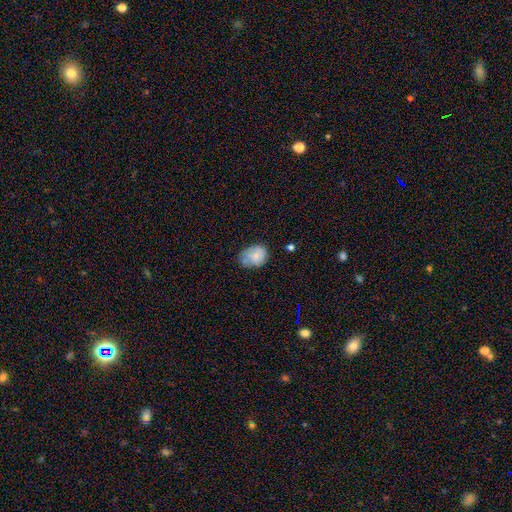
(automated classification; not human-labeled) The model was most divided on "merging": none: 56%, minor disturbance: 32%, major disturbance: 8%, merger: 4%. More confident: smooth or featured — smooth (74%); how rounded — in between (65%).